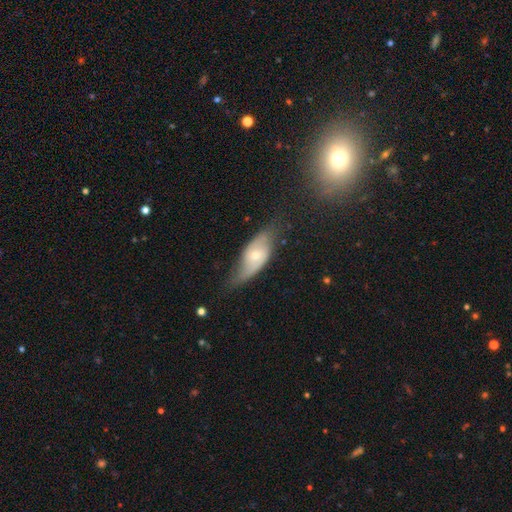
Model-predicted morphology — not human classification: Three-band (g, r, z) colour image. It shows a featured or disk galaxy (58%). Merging: none (57%).